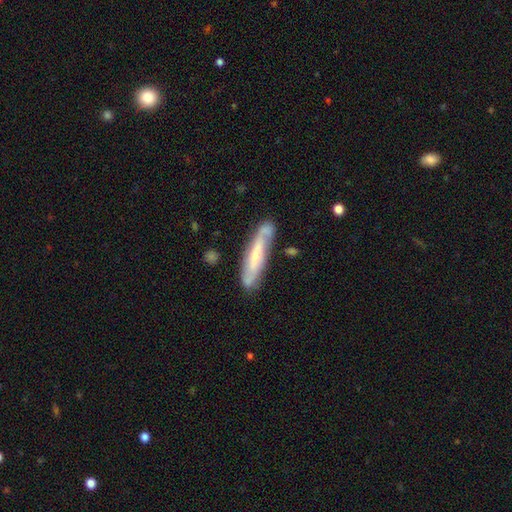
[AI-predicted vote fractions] Smooth or featured: featured or disk — 57% (smooth — 37%)
Edge-on disk: no — 56% (yes — 44%)
Merging: none — 73% (minor disturbance — 18%)